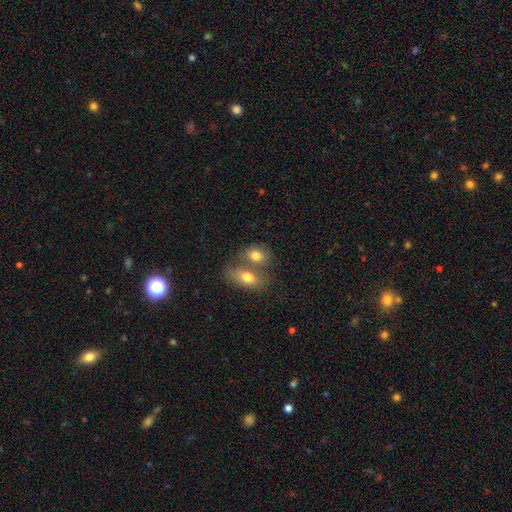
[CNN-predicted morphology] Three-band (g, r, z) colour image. It shows a smooth galaxy with no disk features (77%) that is in between round and cigar-shaped (71%). Merging: merger (57%).